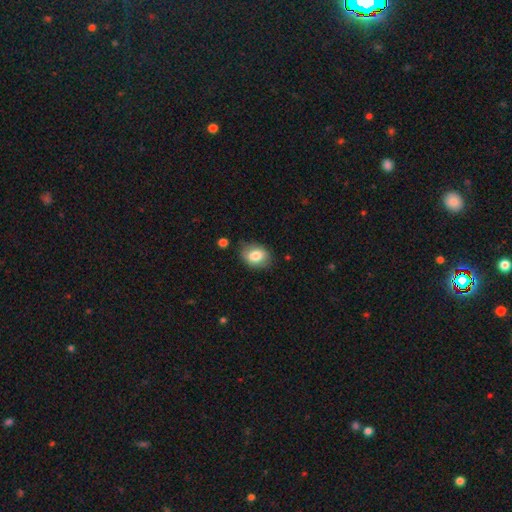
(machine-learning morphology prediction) This appears to be a smooth galaxy with no disk features (80%) that is in between round and cigar-shaped (66%). Merging: none (77%).